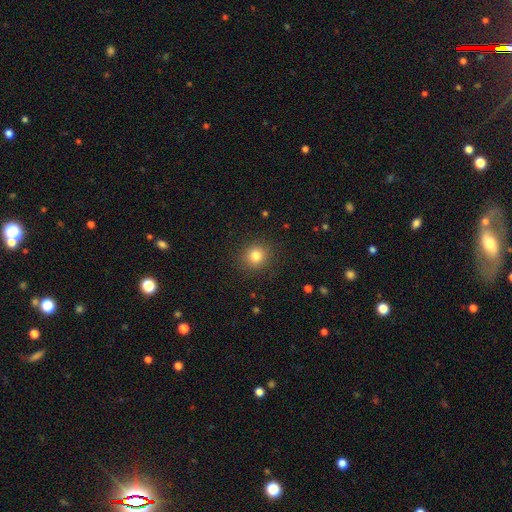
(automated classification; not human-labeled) Smooth or featured?
  - smooth: 81% *
  - star or artifact: 12%
  - featured or disk: 6%
How rounded?
  - round: 86% *
  - in between: 13%
  - cigar-shaped: 1%
Merging?
  - none: 90% *
  - minor disturbance: 7%
  - major disturbance: 3%
  - merger: 1%